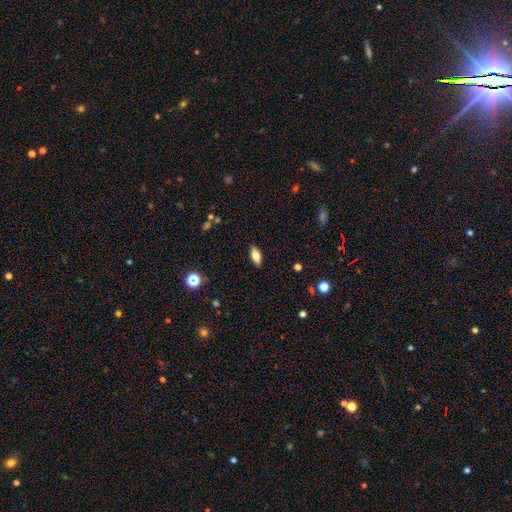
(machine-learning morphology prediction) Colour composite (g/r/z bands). It shows a smooth galaxy with no disk features (76%) that is in between round and cigar-shaped (83%). Merging: none (88%).